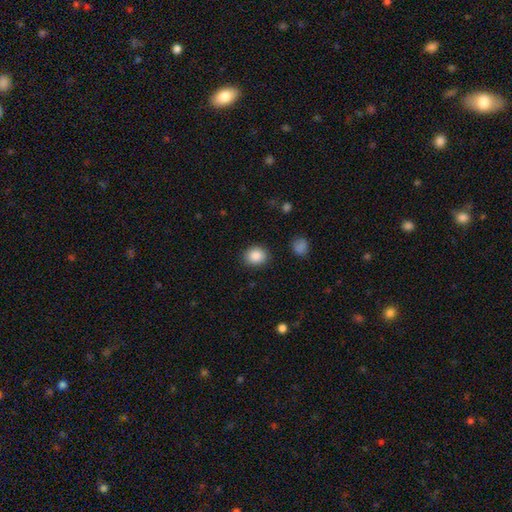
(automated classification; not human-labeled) smooth_or_featured: smooth (p=0.87) [alt: star or artifact p=0.09]
how_rounded: round (p=0.66) [alt: in between p=0.33]
merging: none (p=0.87) [alt: minor disturbance p=0.08]